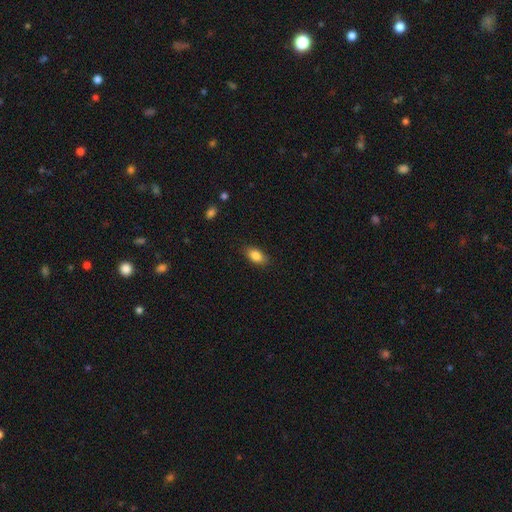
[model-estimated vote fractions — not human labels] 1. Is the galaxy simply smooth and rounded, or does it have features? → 85% smooth, 8% star or artifact, 7% featured or disk.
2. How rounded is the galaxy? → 88% in between, 7% round, 5% cigar-shaped.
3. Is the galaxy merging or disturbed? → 86% none, 11% minor disturbance, 2% major disturbance, 1% merger.